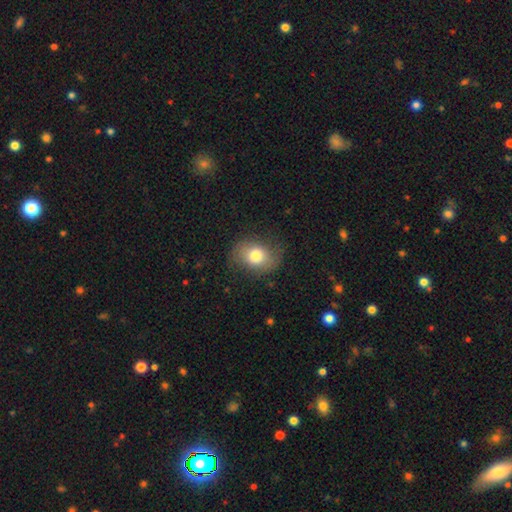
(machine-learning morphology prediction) Overall: smooth (73%). How rounded: in between (62%; round 37%). Merging: none (71%).